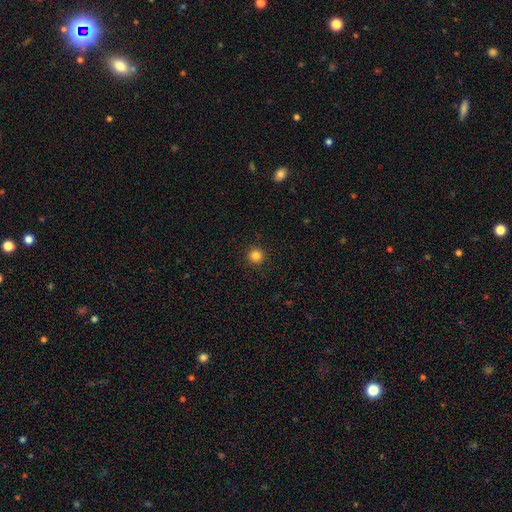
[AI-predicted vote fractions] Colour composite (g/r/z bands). It shows a smooth galaxy with no disk features (84%) that is round (96%). Merging: none (93%).